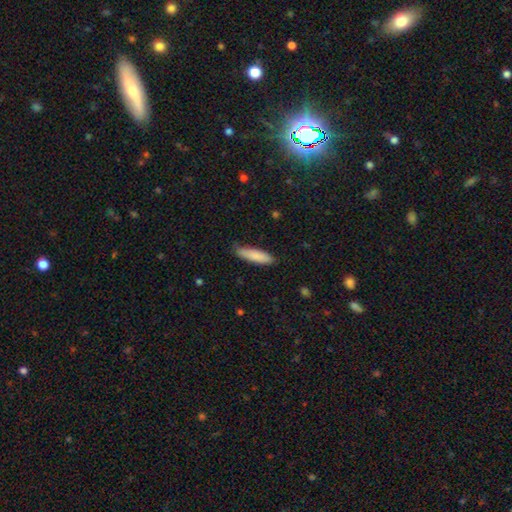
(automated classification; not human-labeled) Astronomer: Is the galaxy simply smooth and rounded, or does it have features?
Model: smooth — 85%.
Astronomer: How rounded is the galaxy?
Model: cigar-shaped — 69%.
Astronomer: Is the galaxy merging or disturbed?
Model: none — 79%.